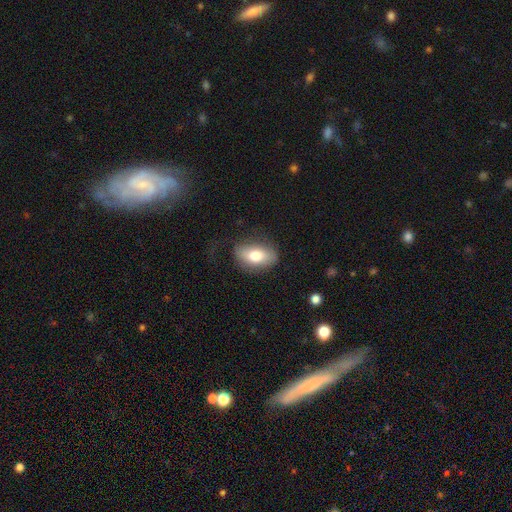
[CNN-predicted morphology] This appears to be a smooth galaxy with no disk features (75%) that is in between round and cigar-shaped (89%). Merging: none (72%).